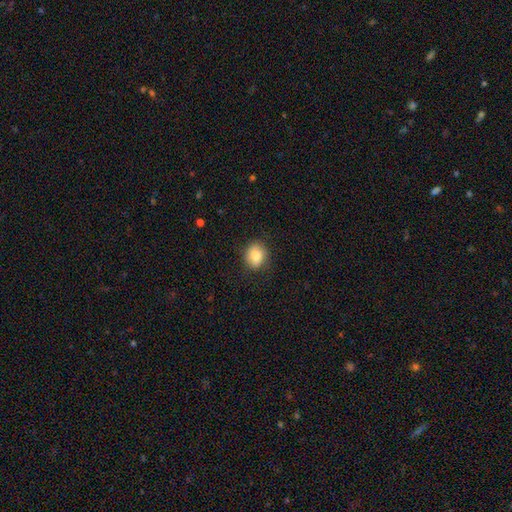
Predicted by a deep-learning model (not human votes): smooth 81%, featured or disk 10%, star or artifact 9%. Down the decision tree: how rounded — round (62%); merging — none (82%).